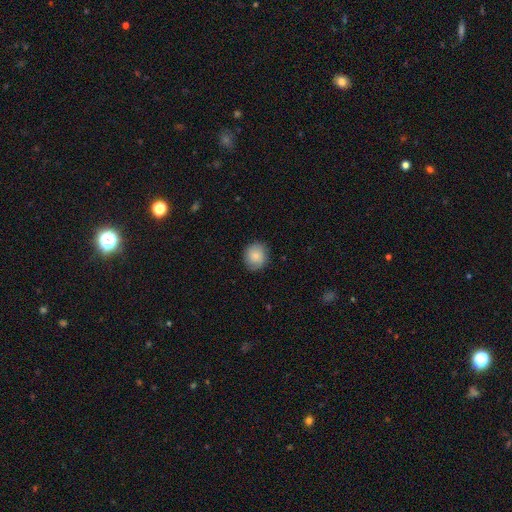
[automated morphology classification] smooth 84%, featured or disk 9%, star or artifact 7%. Down the decision tree: how rounded — round (83%); merging — none (86%).